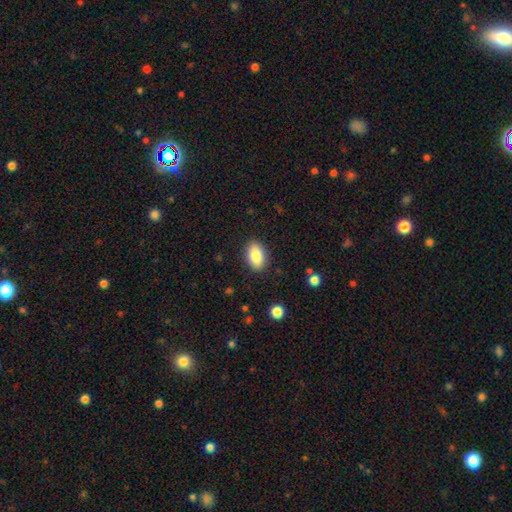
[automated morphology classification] A smooth galaxy with no disk features (86%) that is in between round and cigar-shaped (90%).

Vote fractions:
- Smooth or featured? smooth: 86% / star or artifact: 7% / featured or disk: 7%
- How rounded? in between: 90% / round: 8% / cigar-shaped: 2%
- Merging? none: 88% / minor disturbance: 9% / major disturbance: 2% / merger: 1%